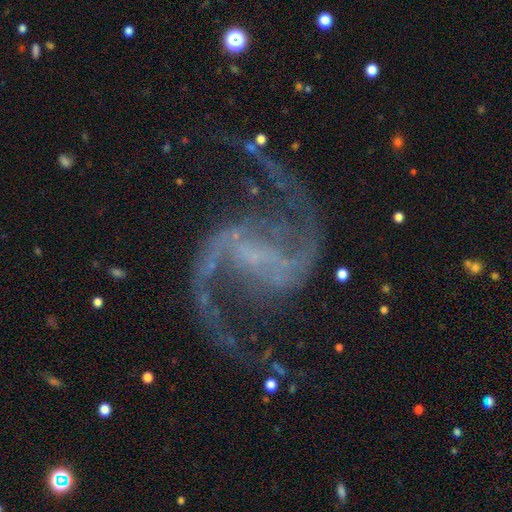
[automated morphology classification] The model was most divided on "bar": weak: 42%, strong: 38%, no: 20%. Remaining: spiral arms — yes (98%); edge-on disk — no (98%); spiral arm count — 2 (95%); smooth or featured — featured or disk (94%); merging — none (77%); spiral winding — loose (50%); bulge size — none (48%).